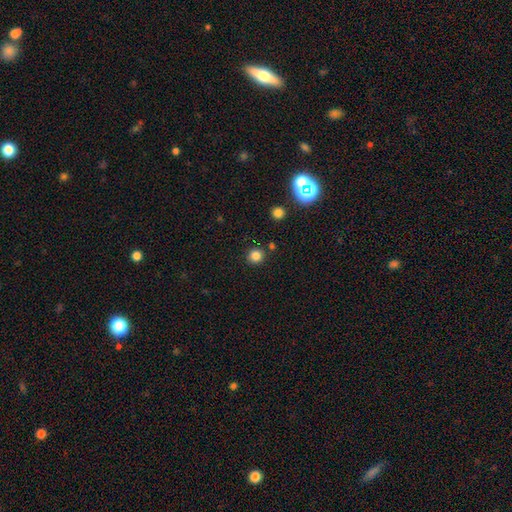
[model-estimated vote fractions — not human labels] Morphology: type=smooth (82%); roundness=round (93%); merging=none (88%).